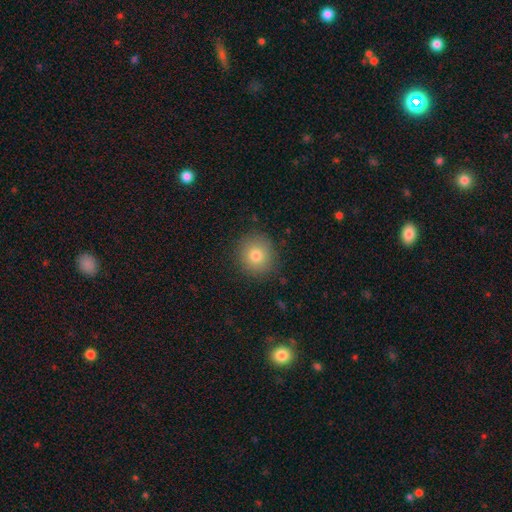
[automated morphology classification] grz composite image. It shows a smooth galaxy with no disk features (79%) that is round (90%). Merging: none (88%).